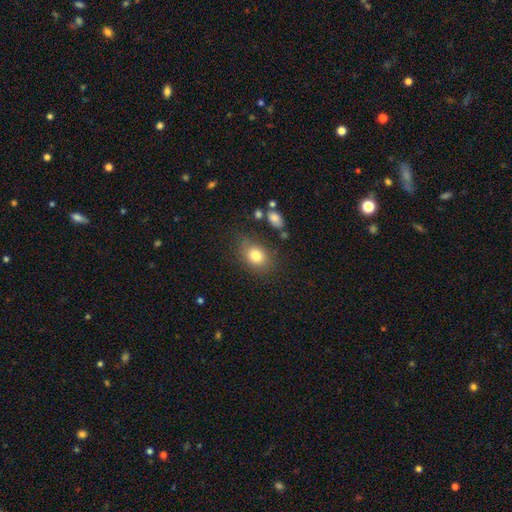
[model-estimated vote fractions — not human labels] A smooth galaxy with no disk features (80%) that is in between round and cigar-shaped (64%). Merging: none (72%).